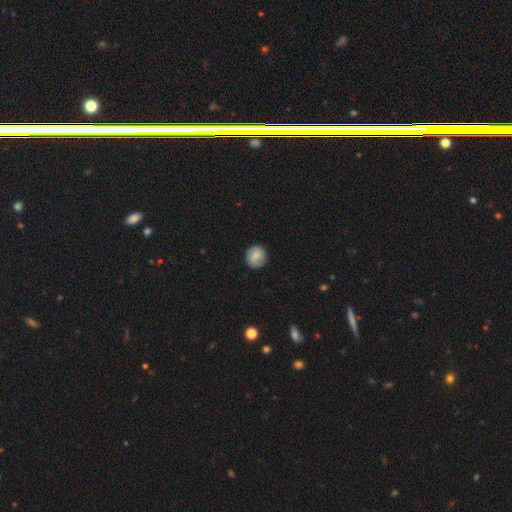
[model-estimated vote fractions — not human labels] smooth 75%, featured or disk 18%, star or artifact 7%. Down the decision tree: how rounded — round (90%); merging — none (85%).